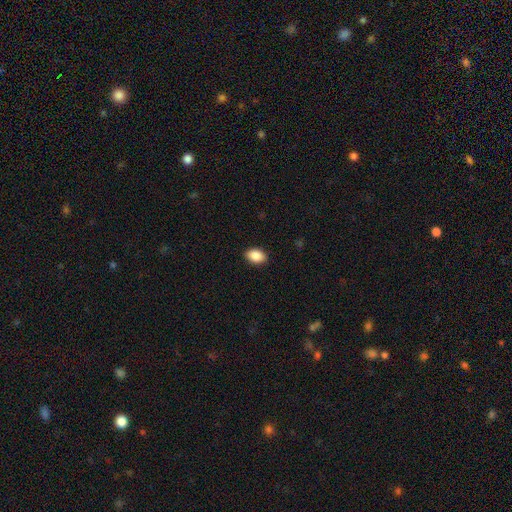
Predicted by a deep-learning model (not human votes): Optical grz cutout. It shows a smooth galaxy with no disk features (89%) that is in between round and cigar-shaped (87%). Merging: none (89%).